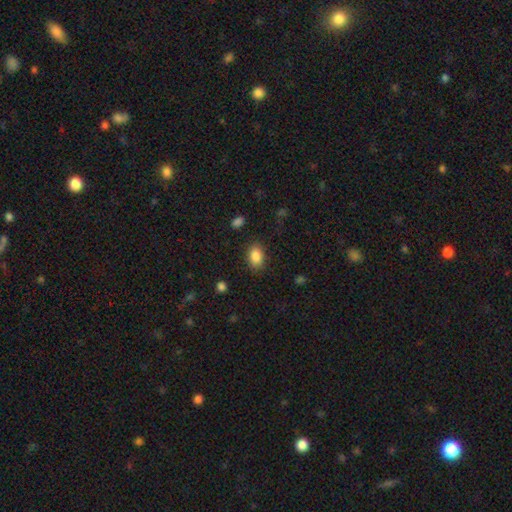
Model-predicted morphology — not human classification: smooth 86%, star or artifact 9%, featured or disk 6%. Down the decision tree: how rounded — in between (83%); merging — none (85%).